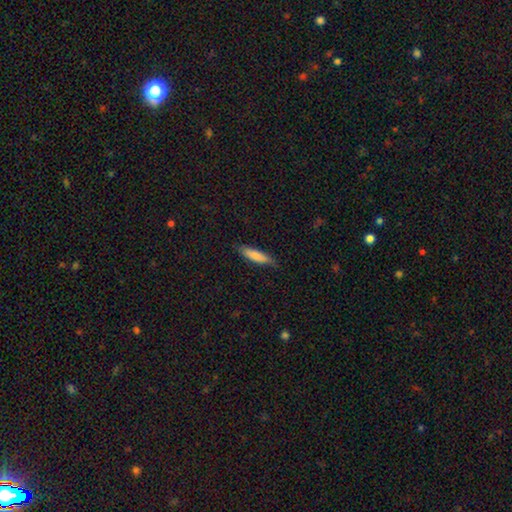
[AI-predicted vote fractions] Q: Smooth or featured?
A: smooth (81%); runner-up: featured or disk (13%)
Q: How rounded?
A: cigar-shaped (71%); runner-up: in between (28%)
Q: Merging?
A: none (79%); runner-up: minor disturbance (17%)